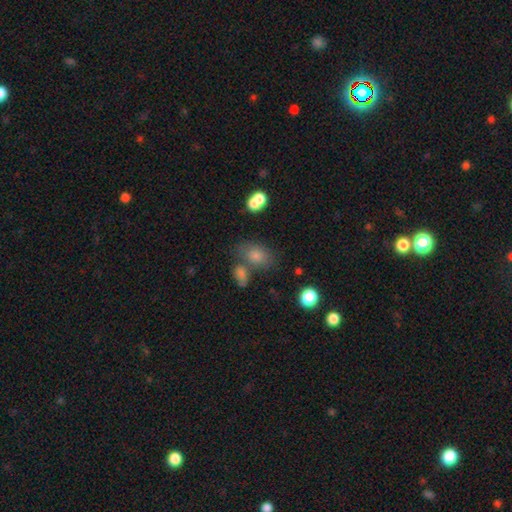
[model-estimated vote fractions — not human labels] smooth_or_featured: smooth (p=0.74) [alt: star or artifact p=0.14]
how_rounded: in between (p=0.79) [alt: round p=0.19]
merging: none (p=0.62) [alt: merger p=0.20]